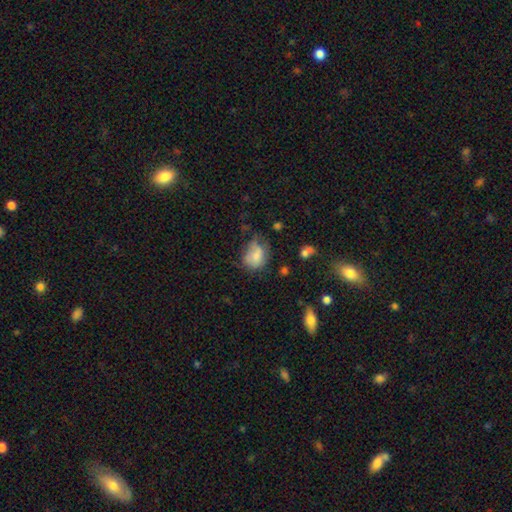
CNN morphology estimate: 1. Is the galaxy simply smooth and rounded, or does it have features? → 70% smooth, 20% featured or disk, 10% star or artifact.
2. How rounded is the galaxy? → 51% in between, 48% round, 1% cigar-shaped.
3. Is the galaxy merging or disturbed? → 37% none, 33% minor disturbance, 23% major disturbance, 6% merger.